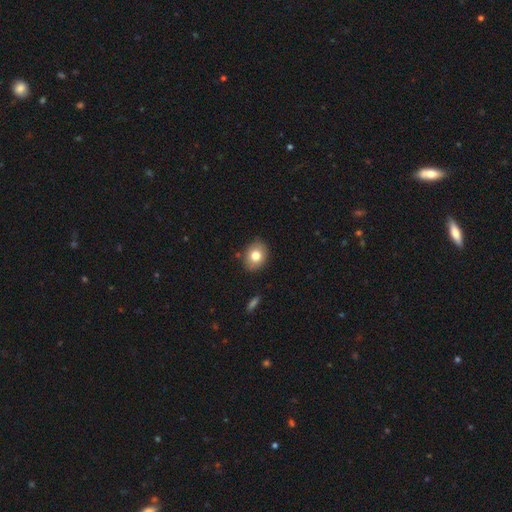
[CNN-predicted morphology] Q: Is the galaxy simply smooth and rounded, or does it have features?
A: smooth — 78%.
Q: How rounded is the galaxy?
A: in between — 54%.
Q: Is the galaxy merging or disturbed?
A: none — 86%.